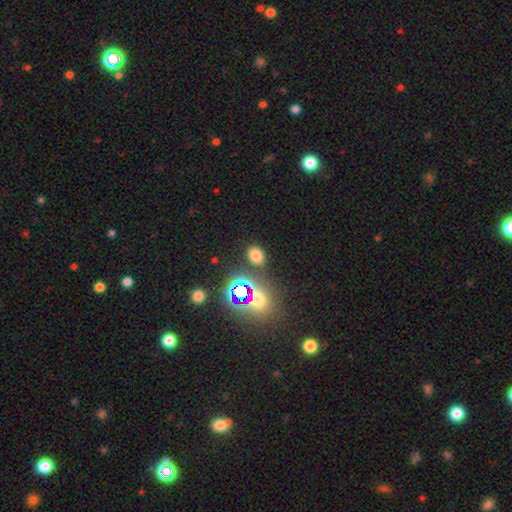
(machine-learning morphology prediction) This appears to be a smooth galaxy with no disk features (69%) that is in between round and cigar-shaped (66%). Merging: none (84%).